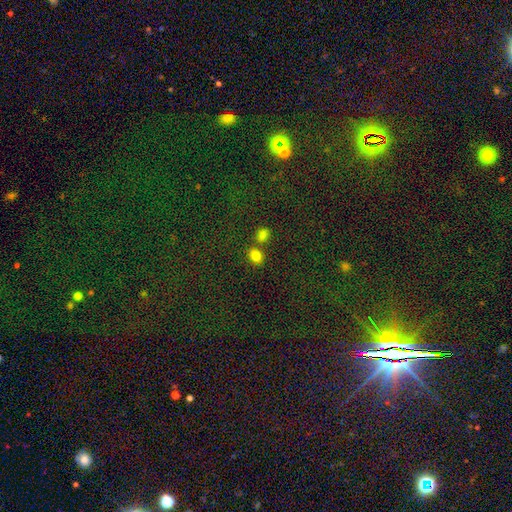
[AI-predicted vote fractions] A smooth galaxy with no disk features (80%) that is in between round and cigar-shaped (61%).

Vote fractions:
- Smooth or featured? smooth: 80% / star or artifact: 13% / featured or disk: 6%
- How rounded? in between: 61% / round: 37% / cigar-shaped: 1%
- Merging? none: 66% / merger: 21% / minor disturbance: 10% / major disturbance: 3%